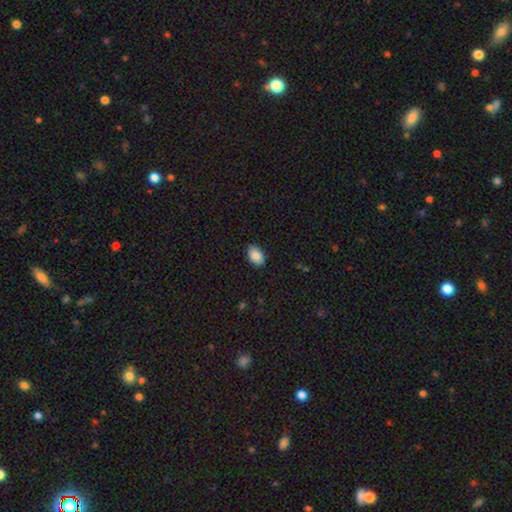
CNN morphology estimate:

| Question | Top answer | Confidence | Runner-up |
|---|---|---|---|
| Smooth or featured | smooth | 89% | star or artifact (7%) |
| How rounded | in between | 88% | round (11%) |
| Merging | none | 88% | minor disturbance (9%) |